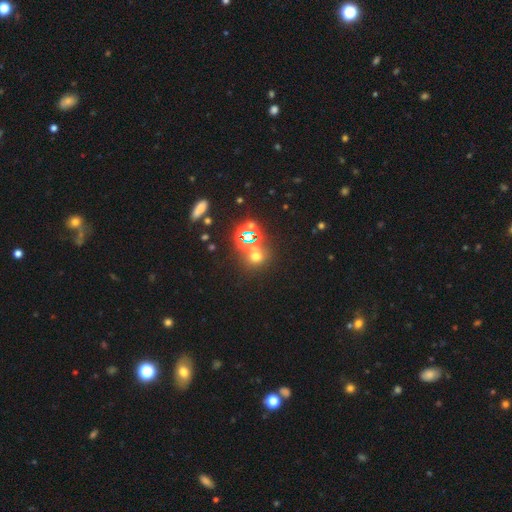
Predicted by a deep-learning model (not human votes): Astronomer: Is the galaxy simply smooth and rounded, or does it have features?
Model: star or artifact — 48% (runner-up: smooth, 43%).